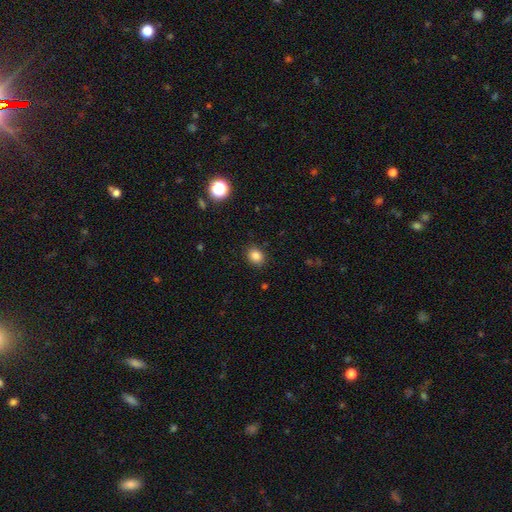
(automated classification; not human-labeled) smooth-or-featured: smooth: 85% | star or artifact: 11% | featured or disk: 4%
  how-rounded: round: 53% | in between: 46% | cigar-shaped: 1%
  merging: none: 88% | minor disturbance: 8% | major disturbance: 2% | merger: 1%